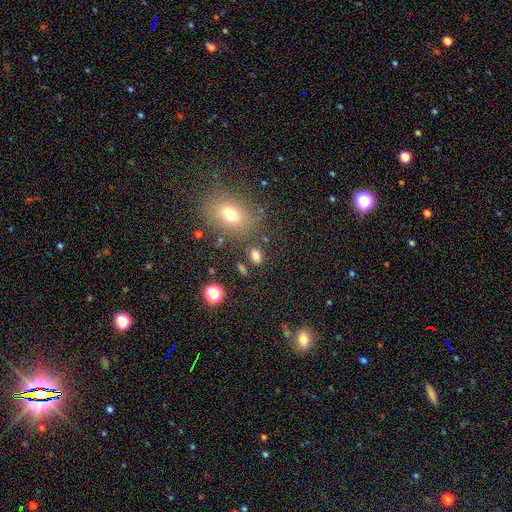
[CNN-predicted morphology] A smooth galaxy with no disk features (77%) that is in between round and cigar-shaped (78%).

Vote fractions:
- Smooth or featured? smooth: 77% / star or artifact: 15% / featured or disk: 7%
- How rounded? in between: 78% / round: 19% / cigar-shaped: 3%
- Merging? none: 77% / minor disturbance: 11% / merger: 7% / major disturbance: 5%